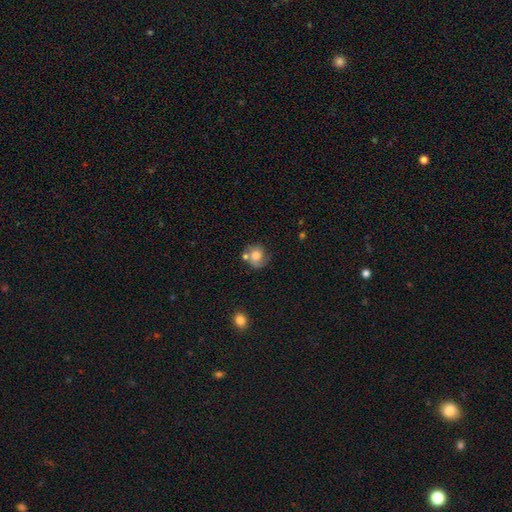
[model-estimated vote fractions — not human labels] Q: Smooth or featured?
A: smooth (58%); runner-up: featured or disk (33%)
Q: How rounded?
A: round (78%); runner-up: in between (21%)
Q: Merging?
A: none (51%); runner-up: minor disturbance (22%)